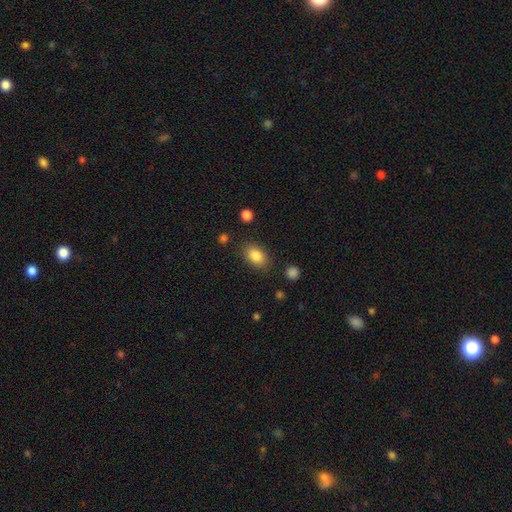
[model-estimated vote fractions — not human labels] This is clearly a smooth galaxy (85%). How rounded: clearly in between (85%). Merging: clearly none (81%).